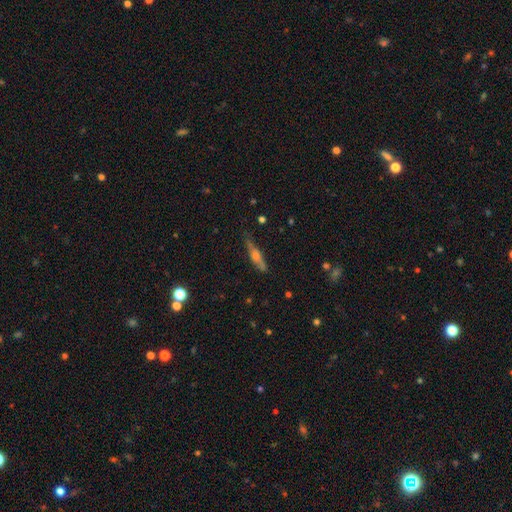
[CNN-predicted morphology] This is possibly a featured or disk galaxy (57%). It is clearly viewed edge-on (89%). Edge-on bulge: likely rounded (78%). Merging: likely none (72%).